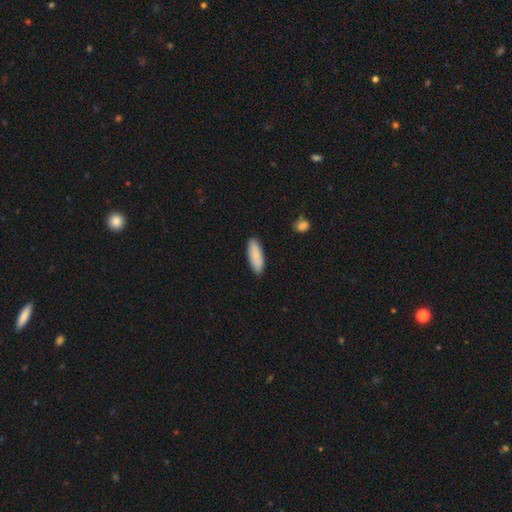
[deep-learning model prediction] Smooth or featured: smooth — 84% (featured or disk — 10%)
How rounded: in between — 63% (cigar-shaped — 36%)
Merging: none — 88% (minor disturbance — 9%)